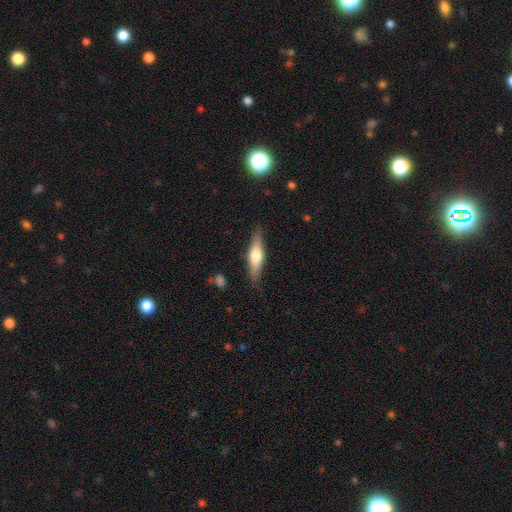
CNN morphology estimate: Smooth or featured? Predicted: featured or disk (p=0.47, tied with smooth). Merging? Predicted: none (p=0.84).